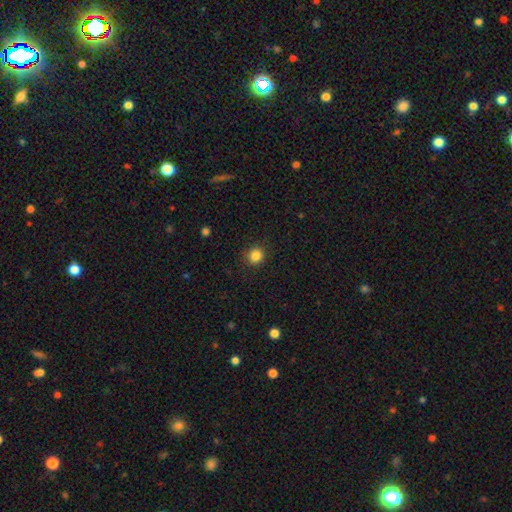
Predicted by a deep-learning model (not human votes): This is clearly a smooth galaxy (85%). How rounded: clearly round (90%). Merging: clearly none (89%).